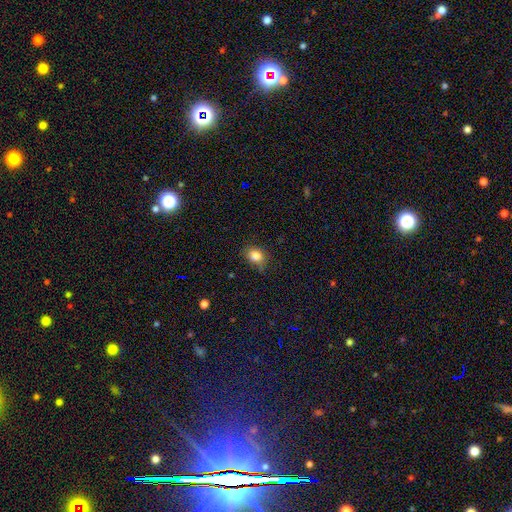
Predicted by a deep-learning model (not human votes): The model was most divided on "how rounded": round: 60%, in between: 39%, cigar-shaped: 1%. More confident: smooth or featured — smooth (83%); merging — none (70%).